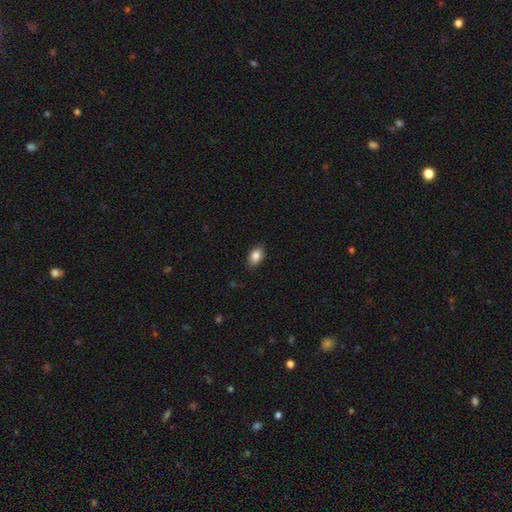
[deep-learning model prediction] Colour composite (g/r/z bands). It shows a smooth galaxy with no disk features (86%) that is in between round and cigar-shaped (88%). Merging: none (86%).